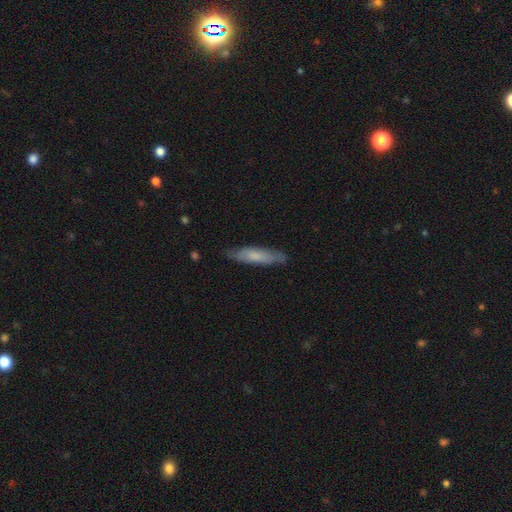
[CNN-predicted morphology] A smooth galaxy with no disk features (65%) that is cigar-shaped (81%).

Vote fractions:
- Smooth or featured? smooth: 65% / featured or disk: 29% / star or artifact: 6%
- How rounded? cigar-shaped: 81% / in between: 18% / round: 1%
- Merging? none: 81% / minor disturbance: 15% / major disturbance: 3% / merger: 1%